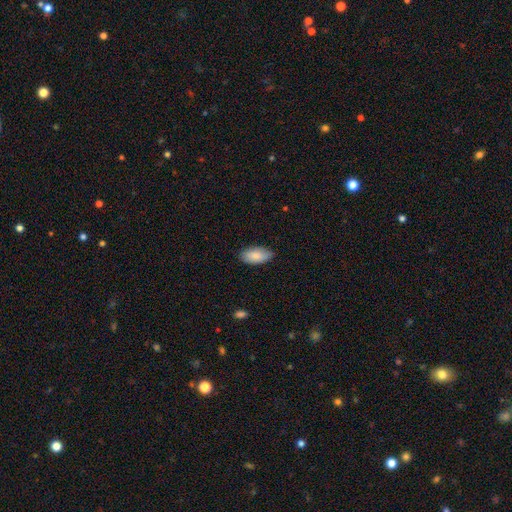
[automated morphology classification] smooth-or-featured: smooth: 85% | featured or disk: 9% | star or artifact: 6%
  how-rounded: in between: 94% | cigar-shaped: 4% | round: 2%
  merging: none: 81% | minor disturbance: 16% | major disturbance: 2% | merger: 1%